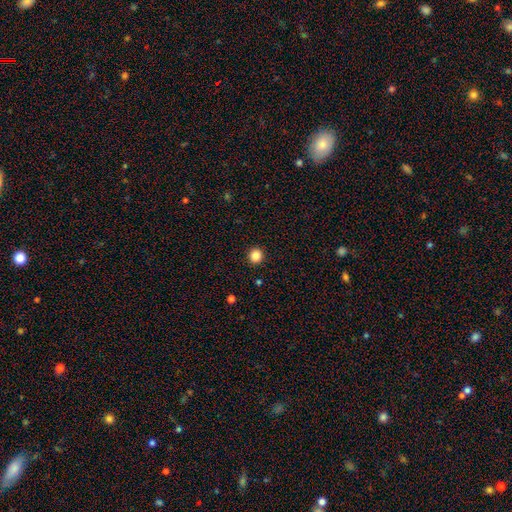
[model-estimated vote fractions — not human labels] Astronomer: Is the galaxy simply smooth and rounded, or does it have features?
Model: smooth — 85%.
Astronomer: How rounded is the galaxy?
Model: round — 92%.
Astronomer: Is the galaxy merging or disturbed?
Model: none — 93%.